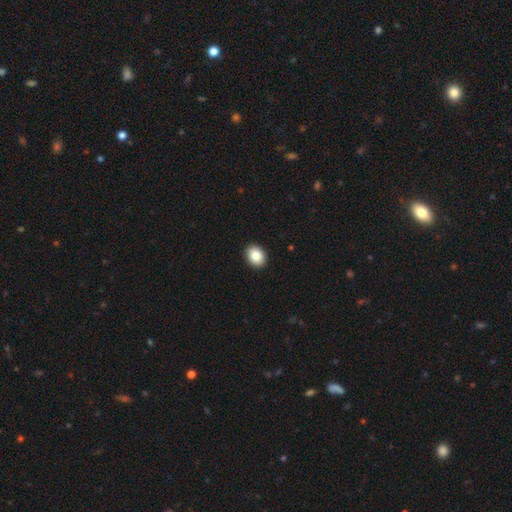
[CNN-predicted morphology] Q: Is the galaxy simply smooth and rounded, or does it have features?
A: smooth — 86%.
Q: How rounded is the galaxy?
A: in between — 56%.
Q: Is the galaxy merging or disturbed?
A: none — 92%.